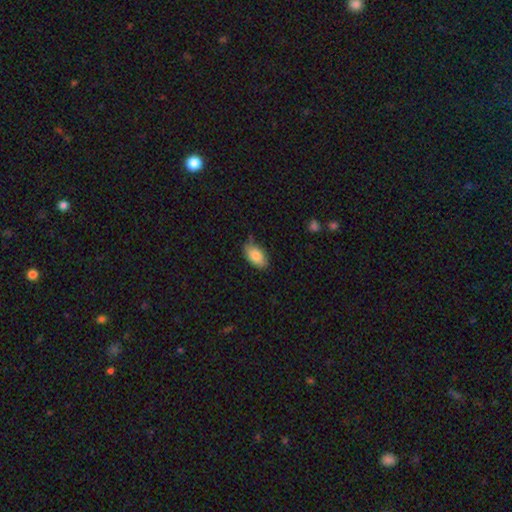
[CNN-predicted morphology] type=smooth (83%); roundness=in between (93%); merging=none (74%).